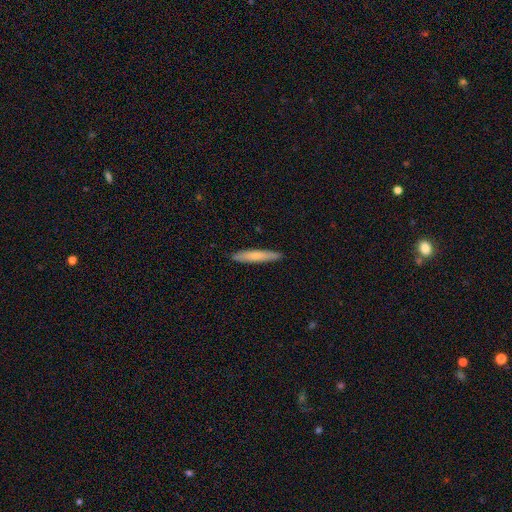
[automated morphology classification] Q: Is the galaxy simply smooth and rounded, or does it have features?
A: smooth — 66%.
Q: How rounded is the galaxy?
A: cigar-shaped — 92%.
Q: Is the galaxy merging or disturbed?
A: none — 89%.